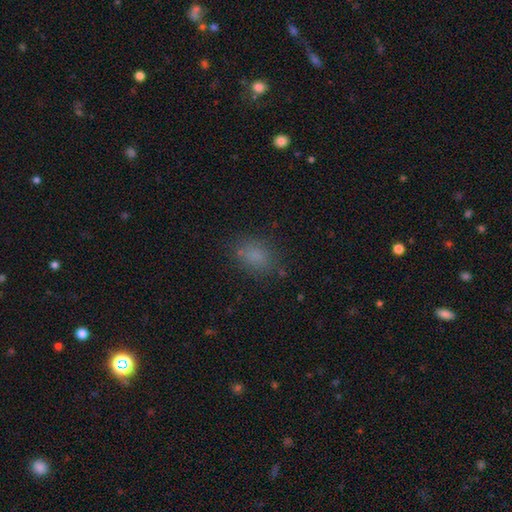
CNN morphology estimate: Overall: smooth (79%). How rounded: in between (67%; round 31%). Merging: none (78%).